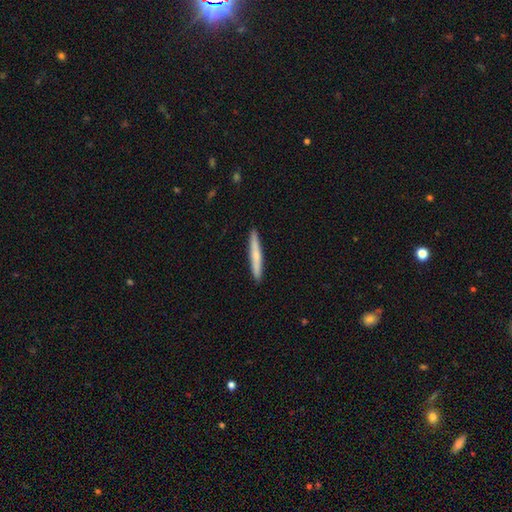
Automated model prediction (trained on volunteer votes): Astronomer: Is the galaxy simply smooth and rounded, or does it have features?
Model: smooth — 65%.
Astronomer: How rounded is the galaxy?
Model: cigar-shaped — 96%.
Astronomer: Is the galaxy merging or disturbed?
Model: none — 92%.